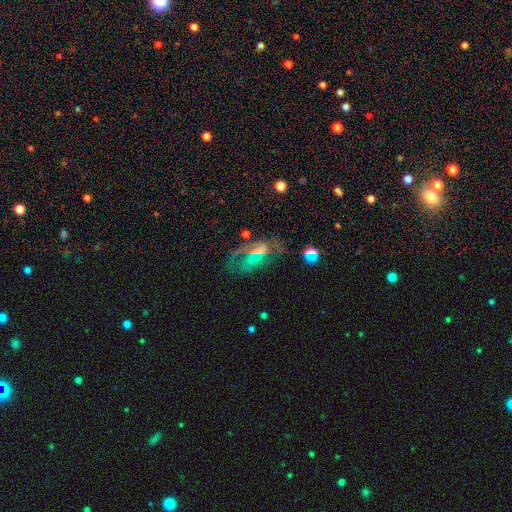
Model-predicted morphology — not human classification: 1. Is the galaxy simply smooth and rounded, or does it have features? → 63% featured or disk, 23% smooth, 14% star or artifact.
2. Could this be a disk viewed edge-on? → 91% no, 9% yes.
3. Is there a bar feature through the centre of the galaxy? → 39% weak, 34% no, 27% strong.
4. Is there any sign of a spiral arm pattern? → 59% yes, 41% no.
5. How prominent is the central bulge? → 41% small, 26% moderate, 26% none, 5% large, 2% dominant.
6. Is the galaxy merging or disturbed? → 43% none, 32% major disturbance, 20% minor disturbance, 6% merger.